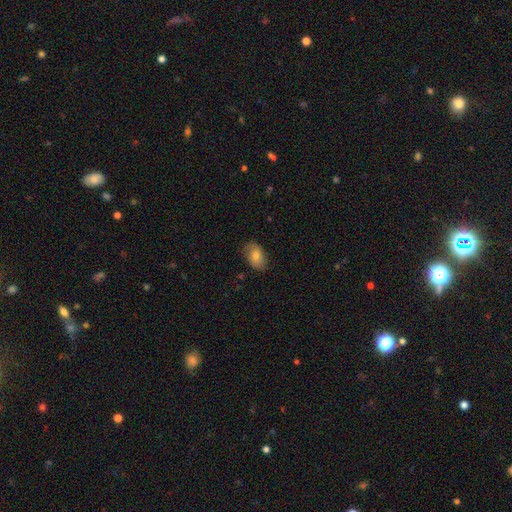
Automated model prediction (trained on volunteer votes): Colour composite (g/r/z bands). It shows a smooth galaxy with no disk features (67%) that is in between round and cigar-shaped (88%). Merging: none (79%).